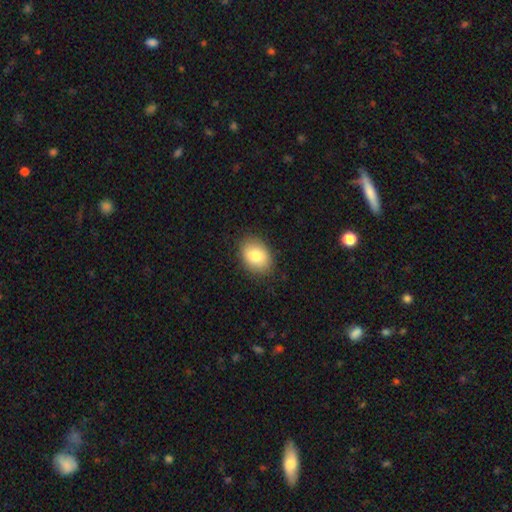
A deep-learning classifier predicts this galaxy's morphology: smooth_or_featured: smooth (p=0.82) [alt: featured or disk p=0.11]
how_rounded: in between (p=0.75) [alt: round p=0.24]
merging: none (p=0.86) [alt: minor disturbance p=0.10]